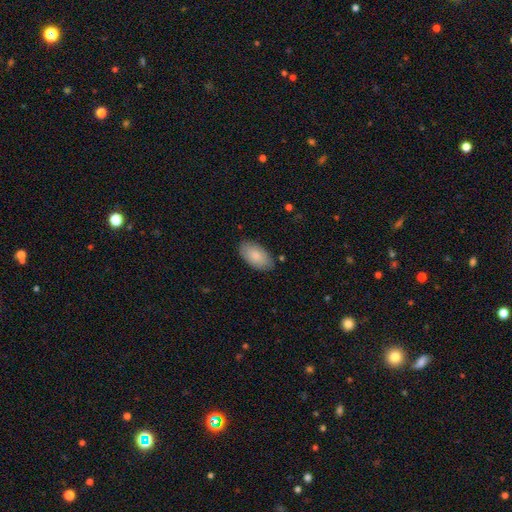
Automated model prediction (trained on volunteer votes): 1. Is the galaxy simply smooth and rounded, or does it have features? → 85% smooth, 10% featured or disk, 5% star or artifact.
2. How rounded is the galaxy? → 95% in between, 3% round, 2% cigar-shaped.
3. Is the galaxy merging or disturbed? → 82% none, 14% minor disturbance, 3% major disturbance, 1% merger.